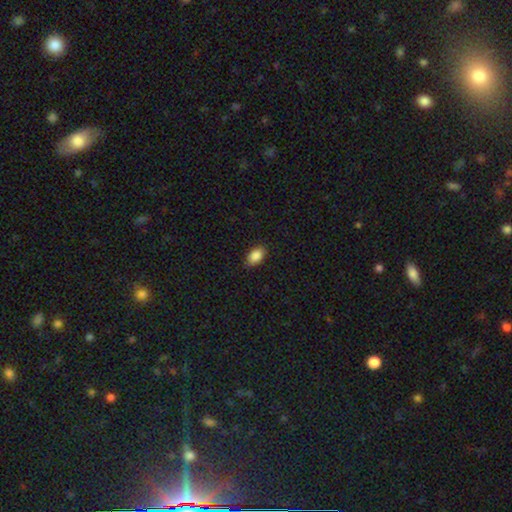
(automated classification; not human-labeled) Smooth or featured: smooth — 88% (star or artifact — 7%)
How rounded: in between — 91% (round — 7%)
Merging: none — 87% (minor disturbance — 10%)